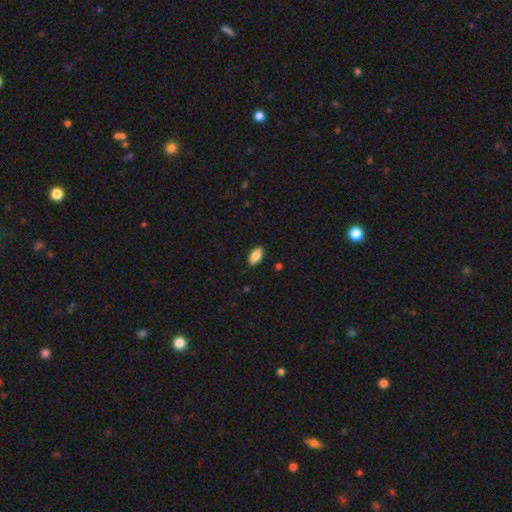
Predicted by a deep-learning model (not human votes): smooth 83%, featured or disk 11%, star or artifact 7%. Down the decision tree: how rounded — in between (92%); merging — none (89%).